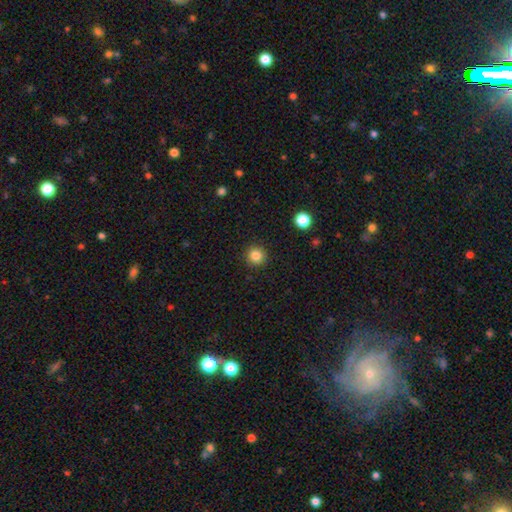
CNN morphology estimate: This is clearly a smooth galaxy (84%). How rounded: clearly round (95%). Merging: clearly none (92%).